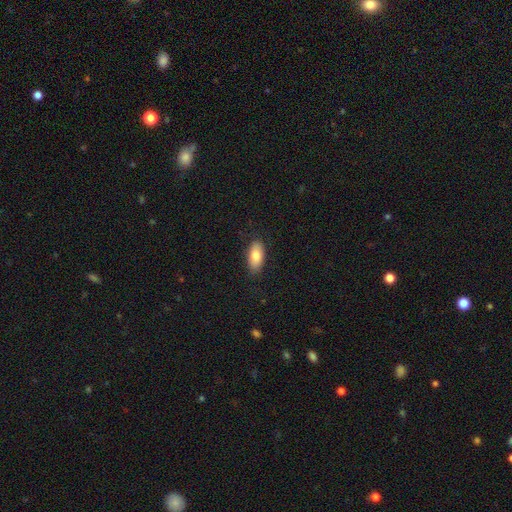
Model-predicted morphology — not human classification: Smooth or featured? smooth (82%)
How rounded? in between (89%)
Merging? none (85%)